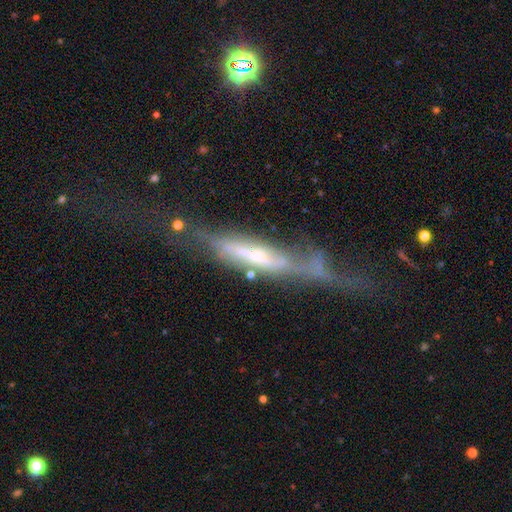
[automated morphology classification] Overall: featured or disk (67%). Edge-on disk: yes (64%; no 36%). Merging: major disturbance (46%; none 23%).